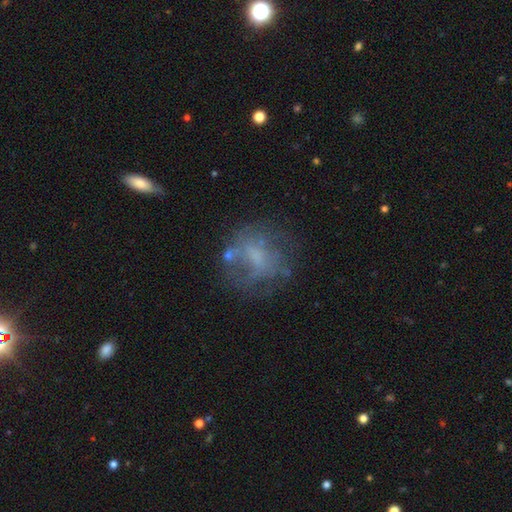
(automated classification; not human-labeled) Smooth or featured?
  - featured or disk: 48% *
  - smooth: 37%
  - star or artifact: 14%
Merging?
  - none: 56% *
  - major disturbance: 20%
  - minor disturbance: 19%
  - merger: 5%